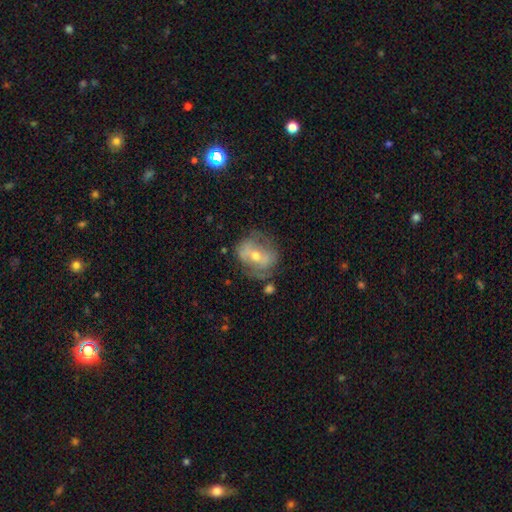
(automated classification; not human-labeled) This appears to be a featured or disk galaxy (62%) with no bar (36%), spiral arms (55%) and a moderate central bulge (55%). Merging: none (61%).